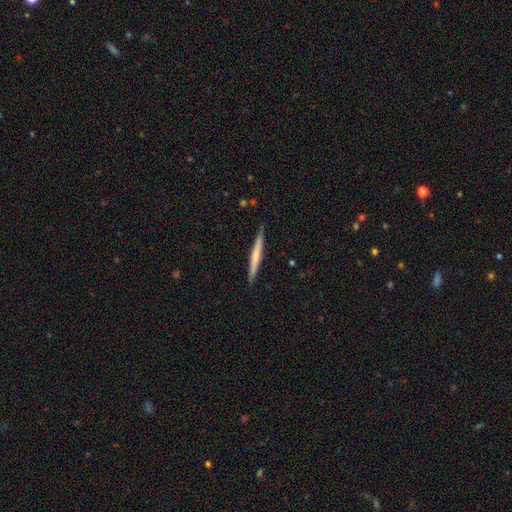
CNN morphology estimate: Smooth or featured? Predicted: smooth (p=0.51). How rounded? Predicted: cigar-shaped (p=0.97). Merging? Predicted: none (p=0.90).